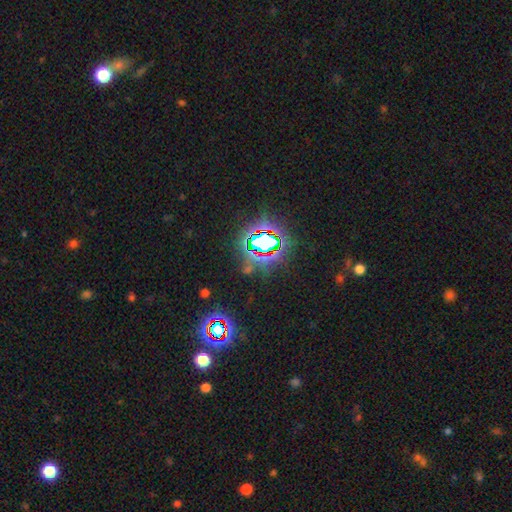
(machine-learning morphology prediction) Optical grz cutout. It shows a star or artifact, not a galaxy (81%).